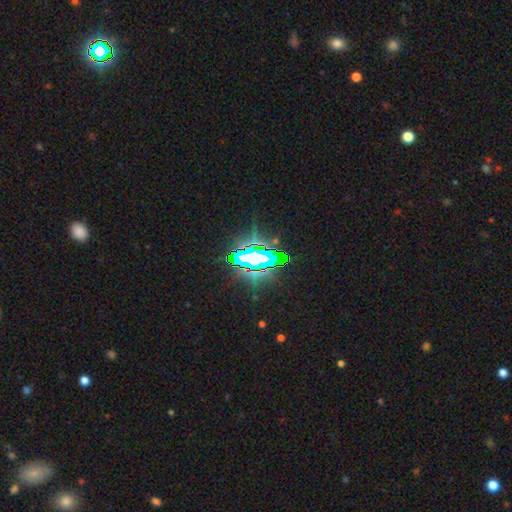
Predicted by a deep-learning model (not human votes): Smooth or featured? Predicted: star or artifact (p=0.71).